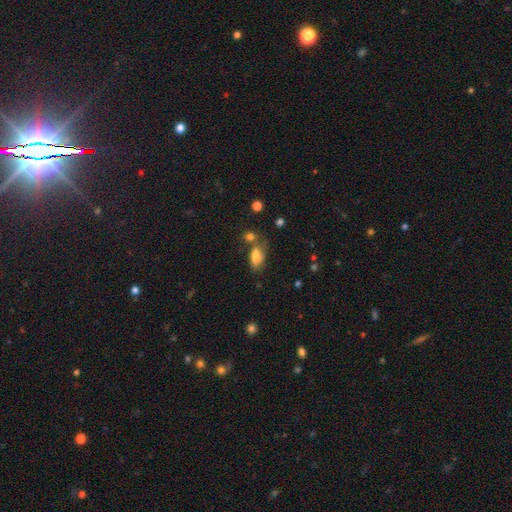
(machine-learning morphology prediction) Smooth or featured? Predicted: smooth (p=0.79). How rounded? Predicted: in between (p=0.88). Merging? Predicted: none (p=0.49).